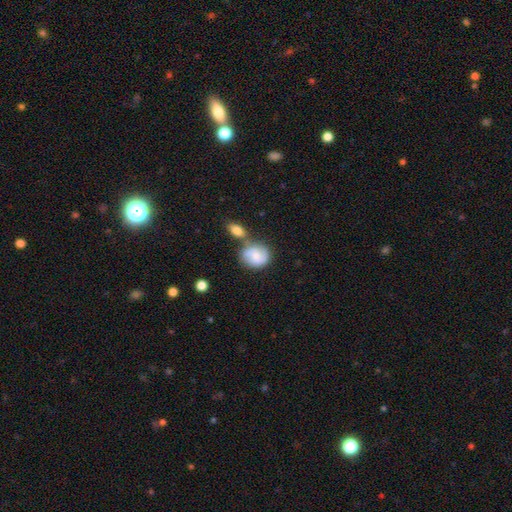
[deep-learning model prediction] This is possibly a featured or disk galaxy (50%). Merging: possibly none (46%).